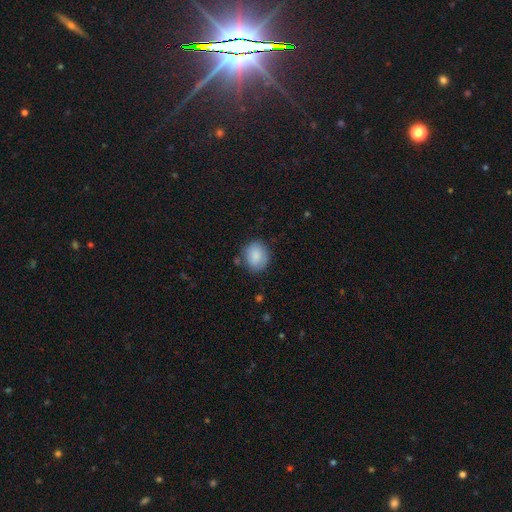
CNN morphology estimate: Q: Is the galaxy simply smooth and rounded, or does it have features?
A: smooth — 84%.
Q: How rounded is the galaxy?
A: round — 64%.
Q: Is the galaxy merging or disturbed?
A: none — 75%.